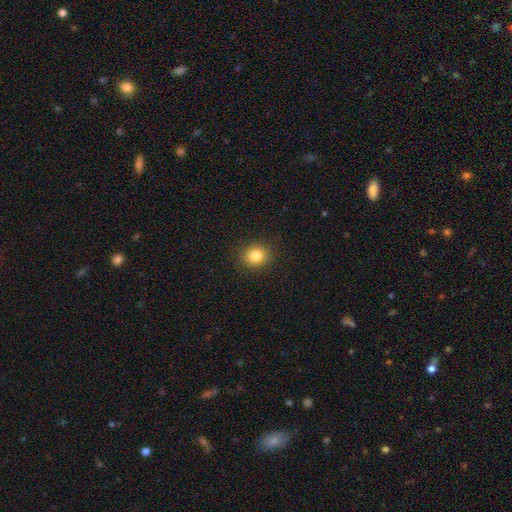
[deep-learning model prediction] smooth-or-featured: smooth: 83% | star or artifact: 11% | featured or disk: 6%
  how-rounded: round: 76% | in between: 23% | cigar-shaped: 1%
  merging: none: 89% | minor disturbance: 7% | major disturbance: 2% | merger: 1%